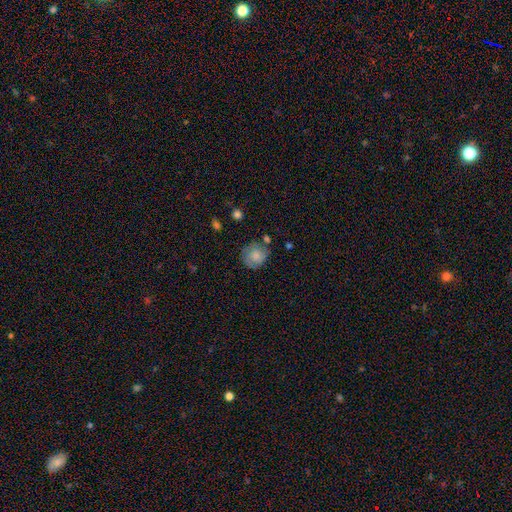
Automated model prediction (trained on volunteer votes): Smooth or featured? Predicted: smooth (p=0.62). How rounded? Predicted: round (p=0.81). Merging? Predicted: none (p=0.66).